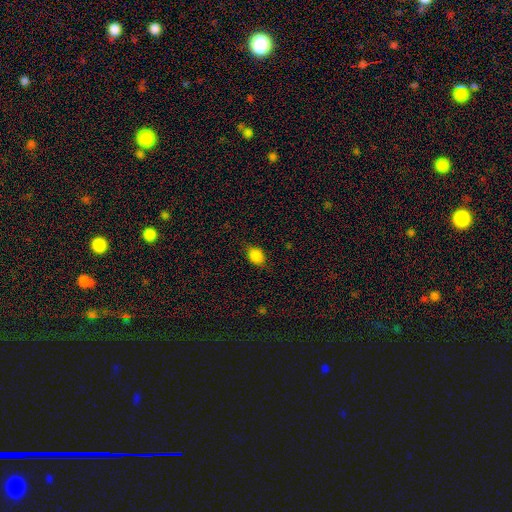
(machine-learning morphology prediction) This is clearly a smooth galaxy (86%). How rounded: likely in between (65%). Merging: likely none (79%).